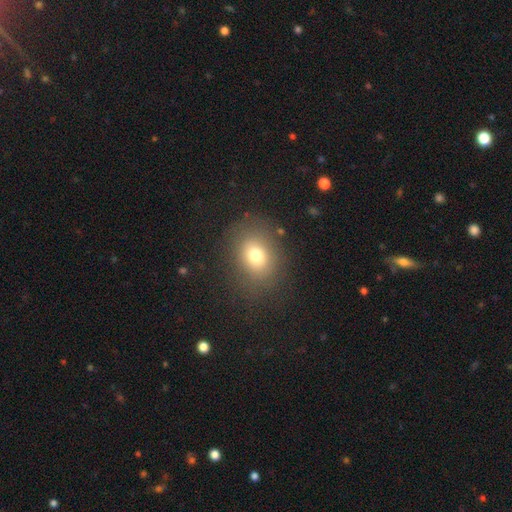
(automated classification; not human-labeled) This is likely a smooth galaxy (75%). How rounded: possibly in between (59%). Merging: likely none (80%).